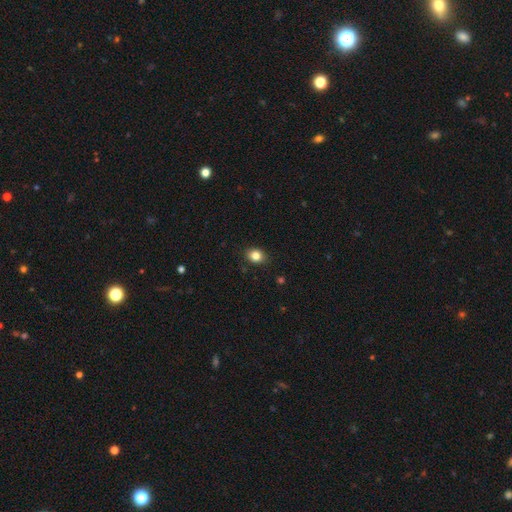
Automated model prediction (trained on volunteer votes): Overall: smooth (83%). How rounded: in between (54%; round 45%). Merging: none (88%).